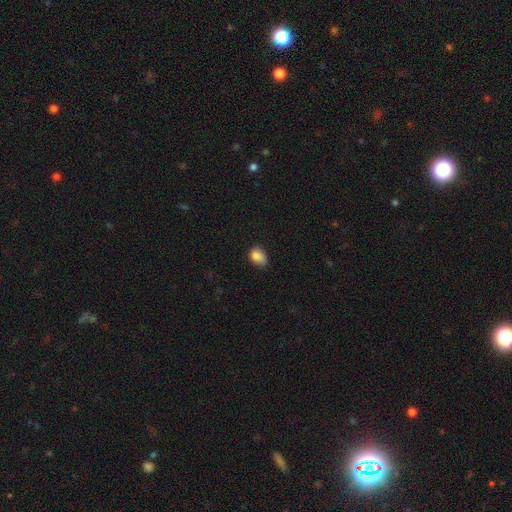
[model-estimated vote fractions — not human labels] Overall: smooth (82%). How rounded: in between (70%). Merging: none (49%; minor disturbance 40%).